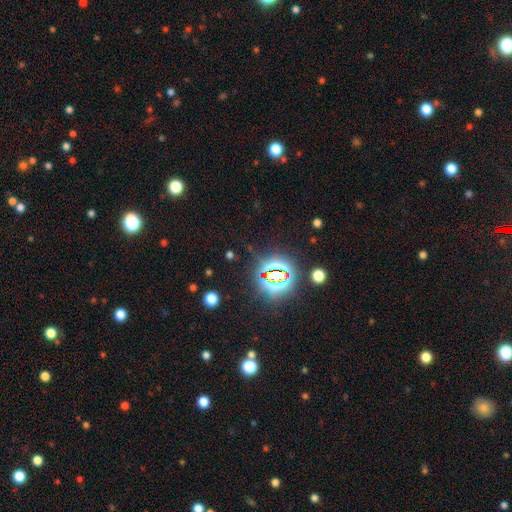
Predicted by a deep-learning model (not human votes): This appears to be a star or artifact, not a galaxy (83%).